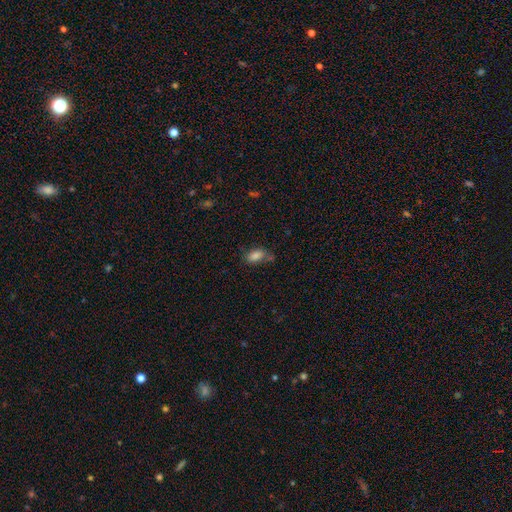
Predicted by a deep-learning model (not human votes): Q: Smooth or featured?
A: smooth (84%); runner-up: star or artifact (10%)
Q: How rounded?
A: in between (90%); runner-up: round (7%)
Q: Merging?
A: none (56%); runner-up: minor disturbance (22%)